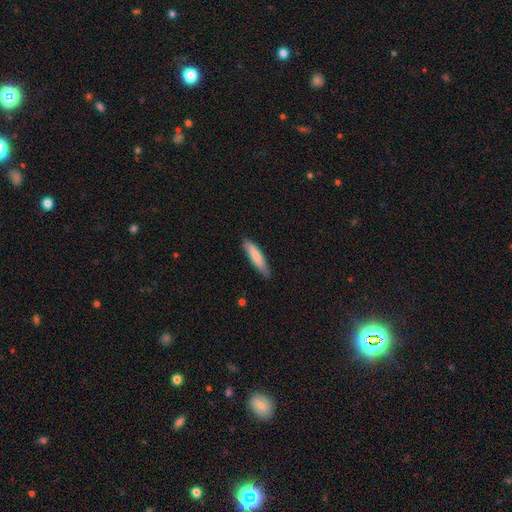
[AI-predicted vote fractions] Smooth or featured? Predicted: smooth (p=0.78). How rounded? Predicted: cigar-shaped (p=0.79). Merging? Predicted: none (p=0.81).